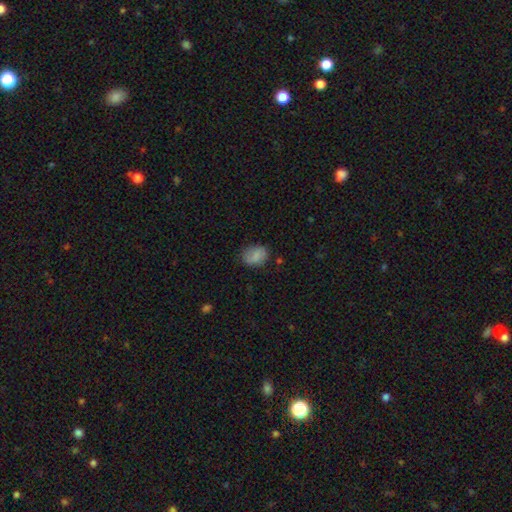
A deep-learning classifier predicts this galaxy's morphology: Overall: smooth (82%). How rounded: in between (69%; round 29%). Merging: none (73%).